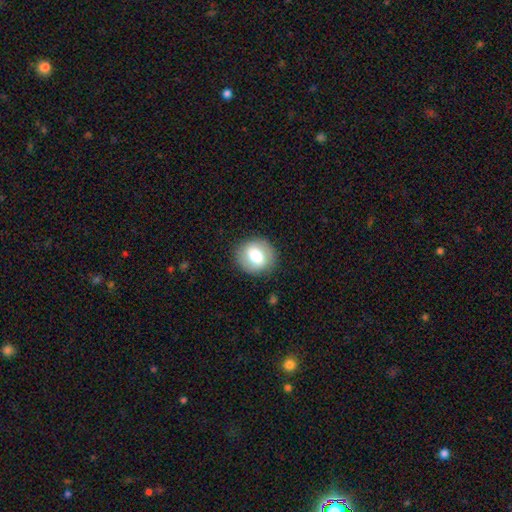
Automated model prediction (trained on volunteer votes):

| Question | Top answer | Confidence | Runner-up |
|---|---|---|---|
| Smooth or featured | smooth | 62% | featured or disk (30%) |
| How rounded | round | 74% | in between (25%) |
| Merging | none | 85% | minor disturbance (10%) |